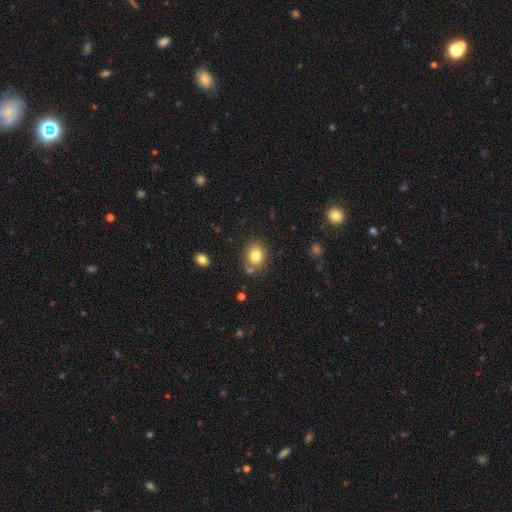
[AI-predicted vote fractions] Smooth or featured? Predicted: smooth (p=0.81). How rounded? Predicted: round (p=0.63). Merging? Predicted: none (p=0.74).